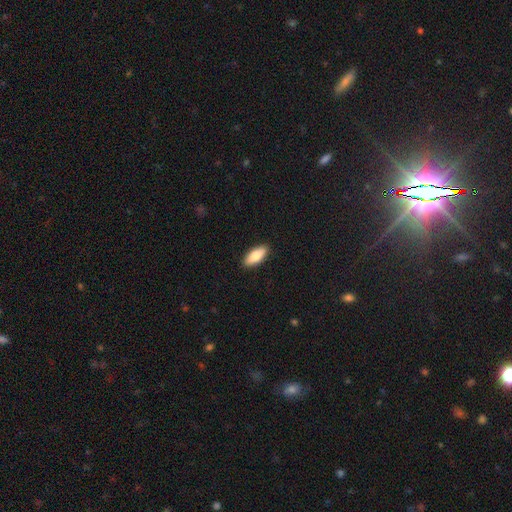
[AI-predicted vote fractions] This is clearly a smooth galaxy (82%). How rounded: likely in between (78%). Merging: clearly none (91%).